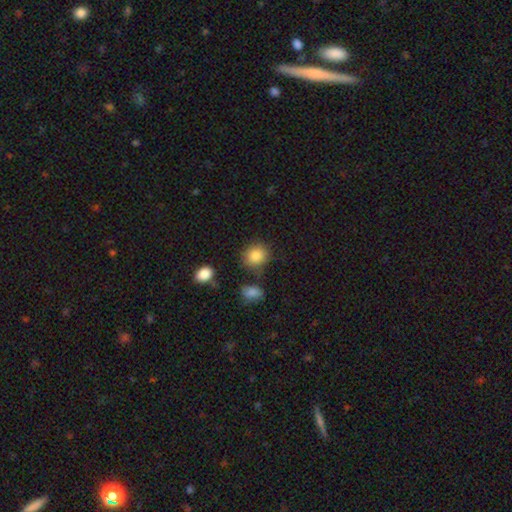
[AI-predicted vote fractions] Smooth or featured? Predicted: smooth (p=0.86). How rounded? Predicted: round (p=0.78). Merging? Predicted: none (p=0.77).